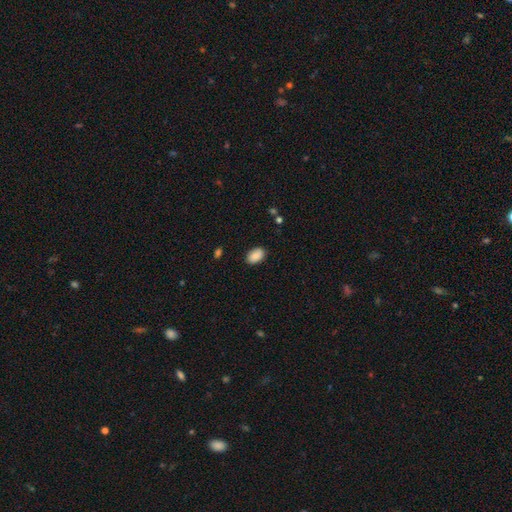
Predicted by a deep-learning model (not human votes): A smooth galaxy with no disk features (89%) that is in between round and cigar-shaped (89%).

Vote fractions:
- Smooth or featured? smooth: 89% / star or artifact: 7% / featured or disk: 4%
- How rounded? in between: 89% / round: 10% / cigar-shaped: 1%
- Merging? none: 86% / minor disturbance: 10% / major disturbance: 2% / merger: 1%